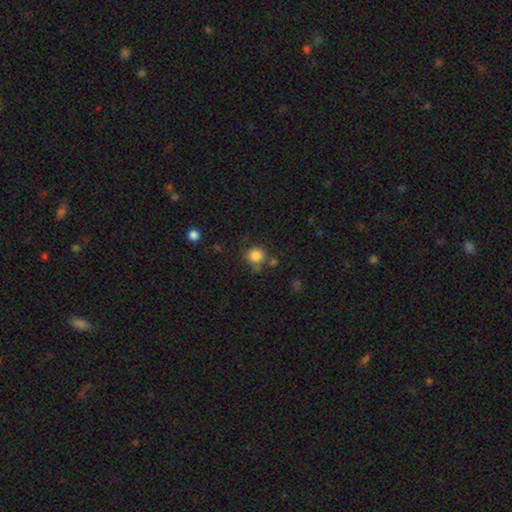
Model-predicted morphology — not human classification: Overall: smooth (84%). How rounded: round (91%). Merging: none (70%).